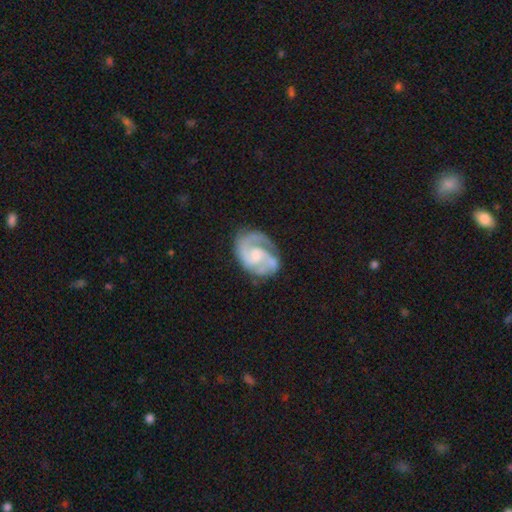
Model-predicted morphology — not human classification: Smooth or featured: featured or disk — 86% (smooth — 9%)
Edge-on disk: no — 98% (yes — 2%)
Bar: no — 46% (weak — 45%)
Spiral arms: yes — 97% (no — 3%)
Spiral winding: medium — 49% (tight — 38%)
Spiral arm count: 2 — 68% (3 — 15%)
Bulge size: moderate — 40% (small — 34%)
Merging: none — 67% (minor disturbance — 20%)